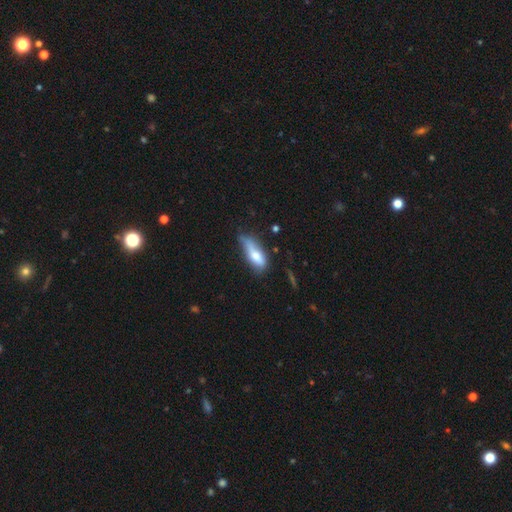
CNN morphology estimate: type=smooth (65%); roundness=in between (61%); merging=minor disturbance (39%).